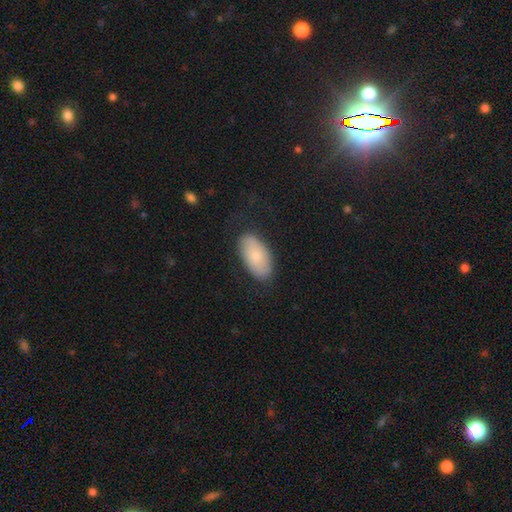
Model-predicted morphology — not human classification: A smooth galaxy with no disk features (75%) that is in between round and cigar-shaped (95%). Merging: none (79%).